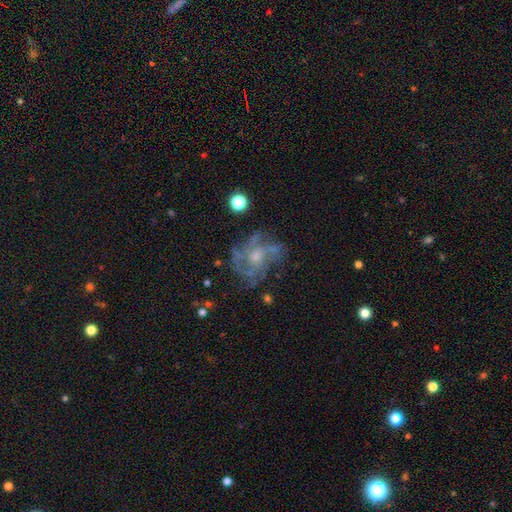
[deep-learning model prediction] A featured or disk galaxy (79%) with no bar (77%), medium (46%) spiral arms (85%) and a moderate central bulge (51%).

Vote fractions:
- Smooth or featured? featured or disk: 79% / smooth: 11% / star or artifact: 10%
- Edge-on disk? no: 97% / yes: 3%
- Bar? no: 77% / weak: 20% / strong: 3%
- Spiral arms? yes: 85% / no: 15%
- Spiral winding? medium: 46% / tight: 33% / loose: 21%
- Spiral arm count? can't tell: 28% / 4: 25% / 3: 23% / more than 4: 9% / 2: 9% / 1: 6%
- Bulge size? moderate: 51% / small: 35% / none: 8% / large: 5% / dominant: 1%
- Merging? none: 61% / minor disturbance: 18% / major disturbance: 18% / merger: 3%